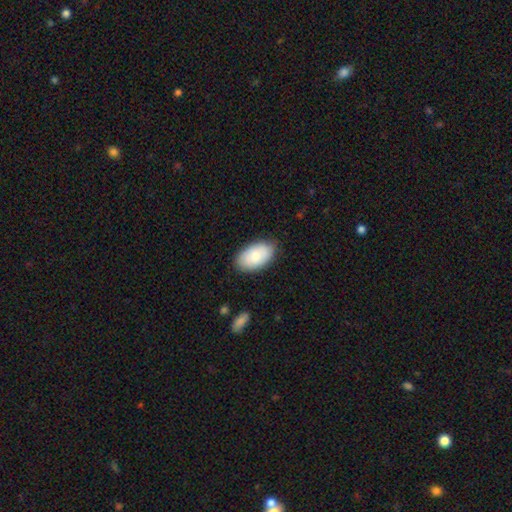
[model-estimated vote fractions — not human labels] smooth_or_featured: smooth (p=0.76) [alt: featured or disk p=0.18]
how_rounded: in between (p=0.94) [alt: round p=0.05]
merging: none (p=0.83) [alt: minor disturbance p=0.13]